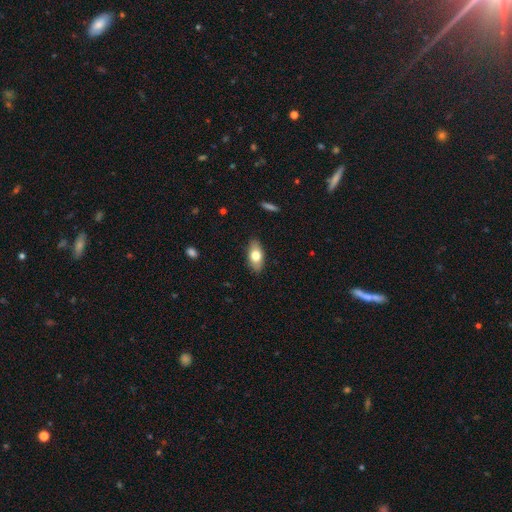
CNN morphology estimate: Overall: smooth (72%). How rounded: in between (88%). Merging: none (87%).